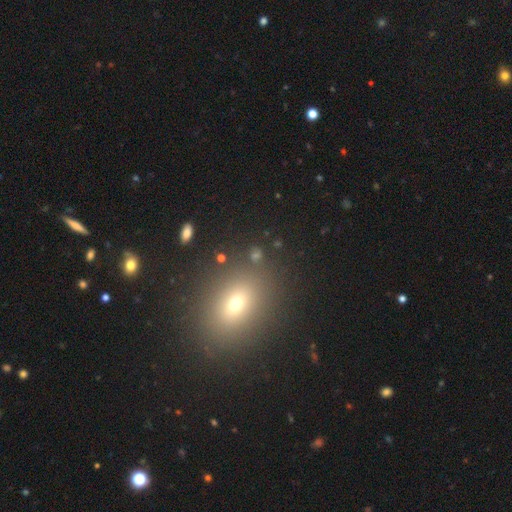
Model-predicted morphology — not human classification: Smooth or featured? smooth (61%)
How rounded? in between (58%)
Merging? none (86%)